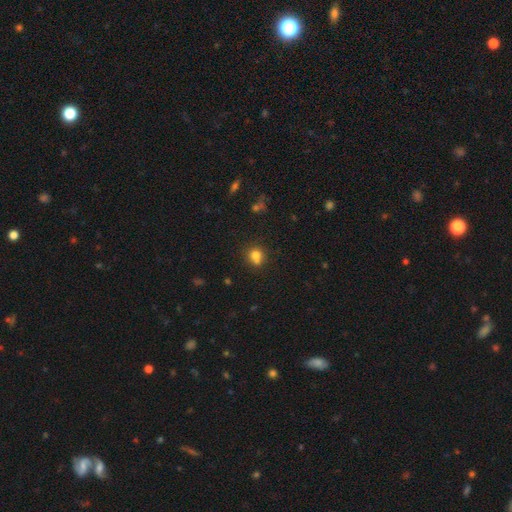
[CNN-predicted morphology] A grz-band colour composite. It shows a smooth galaxy with no disk features (76%) that is round (78%). Merging: none (53%).